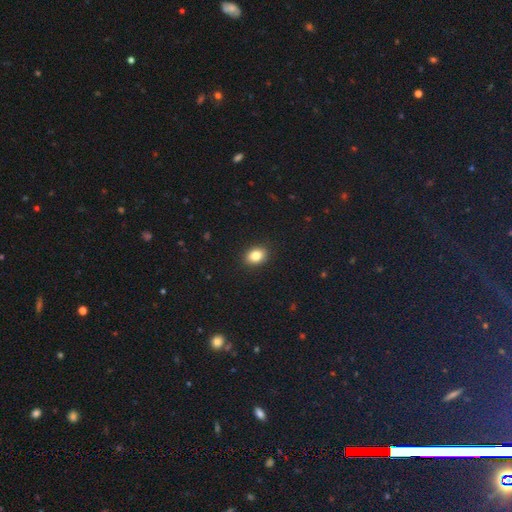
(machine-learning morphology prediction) smooth-or-featured: smooth: 84% | star or artifact: 9% | featured or disk: 7%
  how-rounded: in between: 68% | round: 31% | cigar-shaped: 1%
  merging: none: 90% | minor disturbance: 7% | major disturbance: 2% | merger: 1%